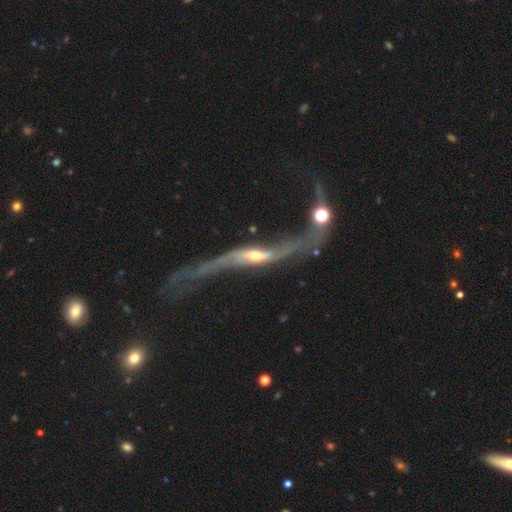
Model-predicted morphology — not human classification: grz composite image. It shows a featured or disk galaxy (83%). Merging: major disturbance (33%).